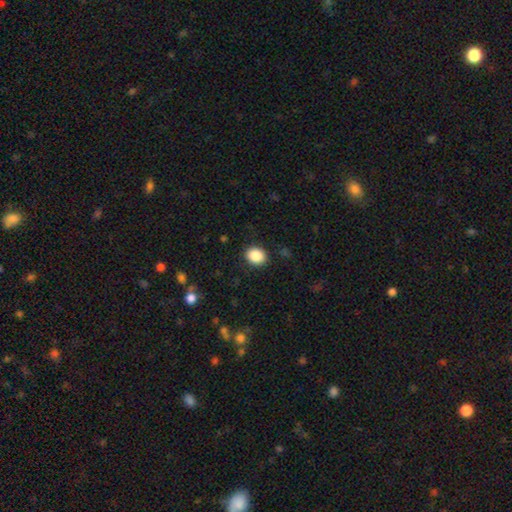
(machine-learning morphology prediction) type=smooth (88%); roundness=round (56%); merging=none (89%).